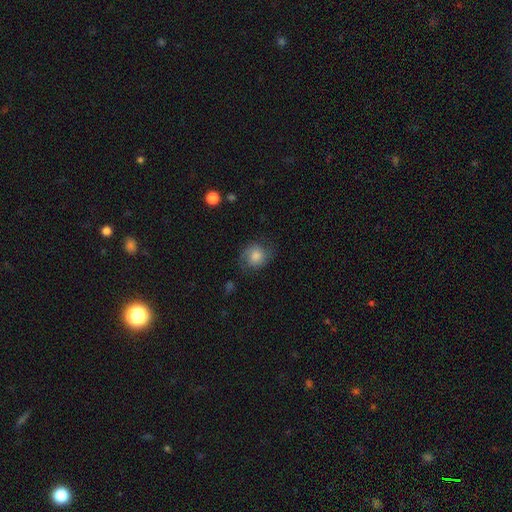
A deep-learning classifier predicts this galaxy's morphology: Overall: smooth (57%; featured or disk 33%). How rounded: round (73%). Merging: none (67%).